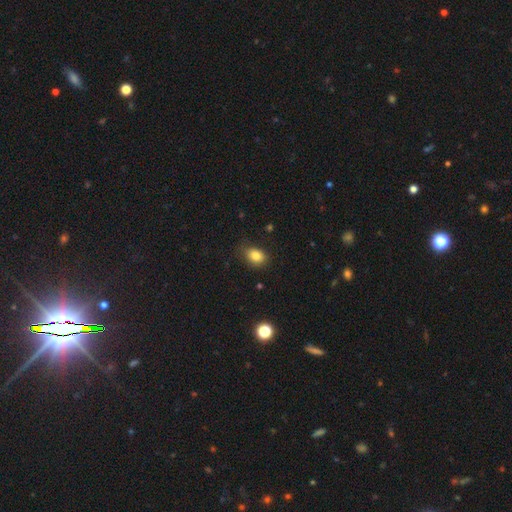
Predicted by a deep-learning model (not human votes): Smooth or featured: smooth — 82% (star or artifact — 11%)
How rounded: in between — 64% (round — 35%)
Merging: none — 78% (minor disturbance — 17%)